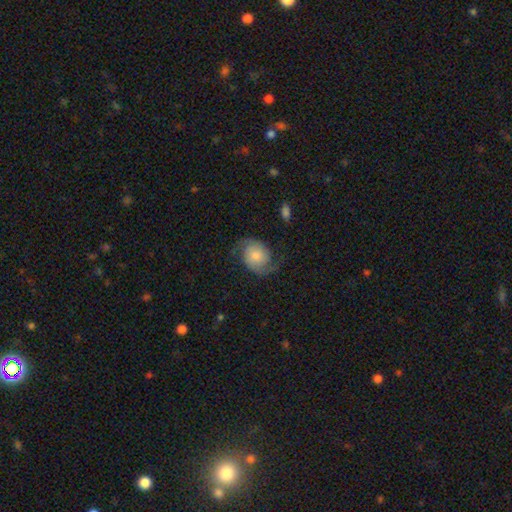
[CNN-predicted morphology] smooth-or-featured: featured or disk: 72% | smooth: 21% | star or artifact: 8%
  disk-edge-on: no: 98% | yes: 2%
    bar: no: 74% | weak: 22% | strong: 4%
    has-spiral-arms: yes: 95% | no: 5%
      spiral-winding: medium: 42% | loose: 39% | tight: 19%
      spiral-arm-count: 2: 92% | can't tell: 3% | 1: 2% | 3: 1% | 4: 1% | more than 4: 1%
    bulge-size: moderate: 38% | small: 34% | large: 13% | none: 10% | dominant: 4%
  merging: none: 72% | minor disturbance: 17% | major disturbance: 10% | merger: 2%